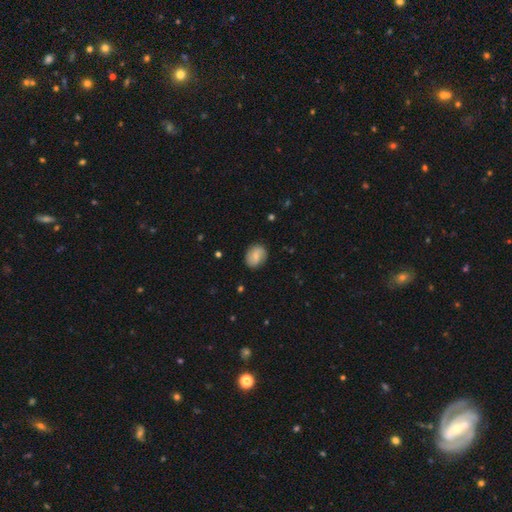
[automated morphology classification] type=smooth (67%); roundness=in between (55%); merging=none (83%).